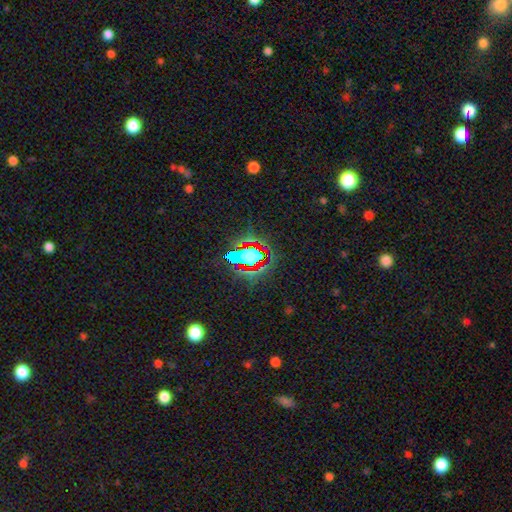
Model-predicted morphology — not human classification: Q: Smooth or featured?
A: star or artifact (58%); runner-up: smooth (25%)